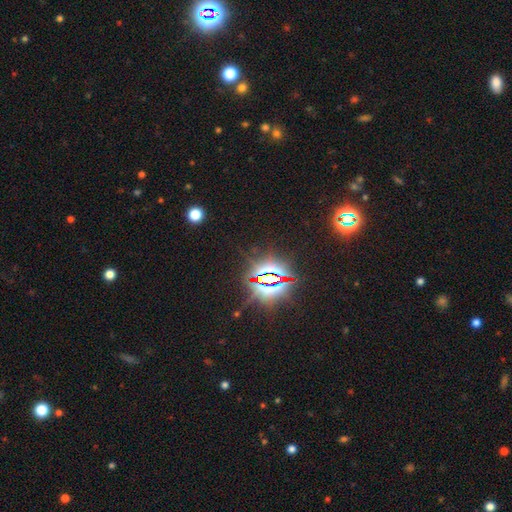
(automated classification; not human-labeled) smooth-or-featured: star or artifact: 83% | smooth: 10% | featured or disk: 7%